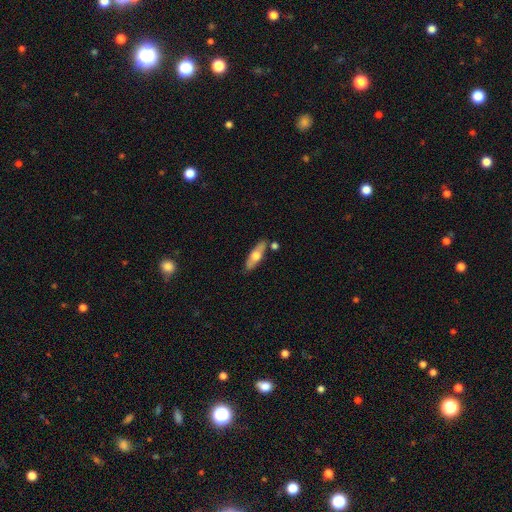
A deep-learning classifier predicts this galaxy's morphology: smooth 52%, featured or disk 42%, star or artifact 6%. Down the decision tree: how rounded — in between (49%); merging — none (79%).